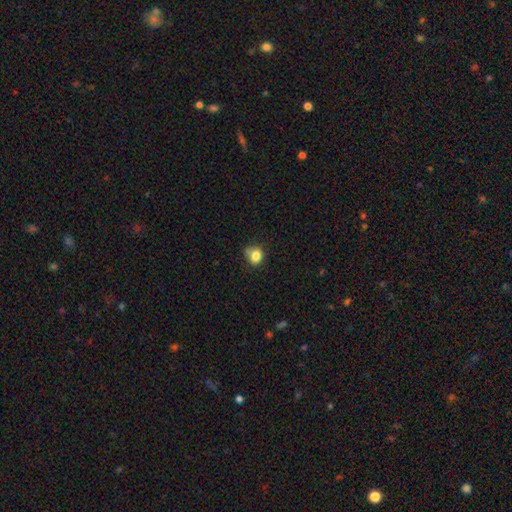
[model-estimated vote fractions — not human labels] This is clearly a smooth galaxy (82%). How rounded: likely round (66%). Merging: possibly none (58%).